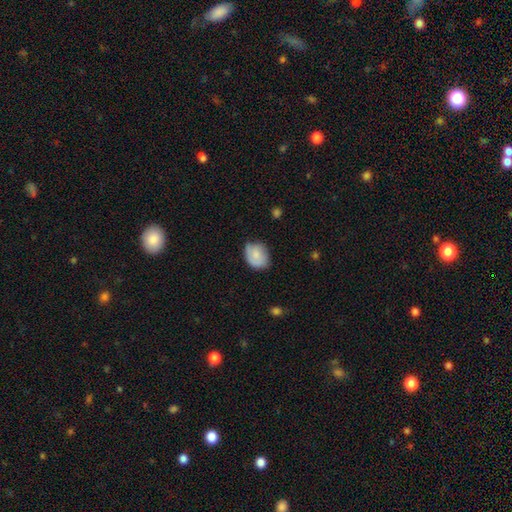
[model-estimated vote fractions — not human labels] This is likely a smooth galaxy (76%). How rounded: possibly in between (52%). Merging: possibly none (59%).